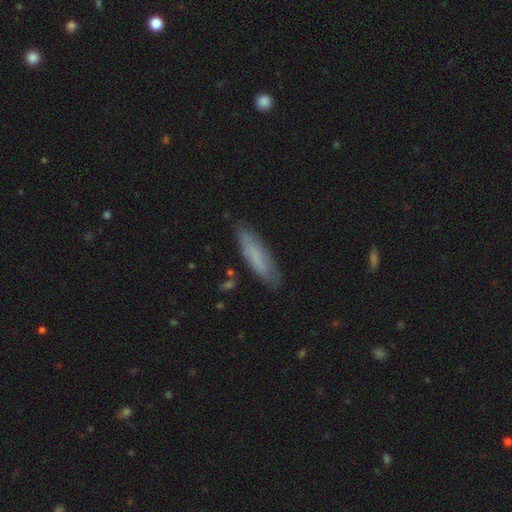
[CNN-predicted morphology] A smooth galaxy with no disk features (71%) that is cigar-shaped (69%). Merging: none (80%).